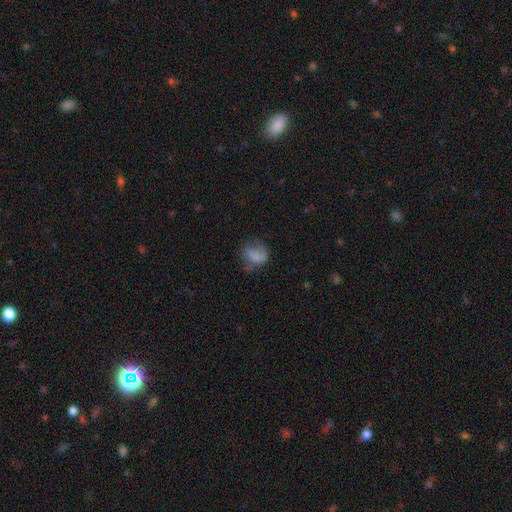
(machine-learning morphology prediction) This is likely a smooth galaxy (72%). How rounded: possibly in between (54%). Merging: marginally none (44%).